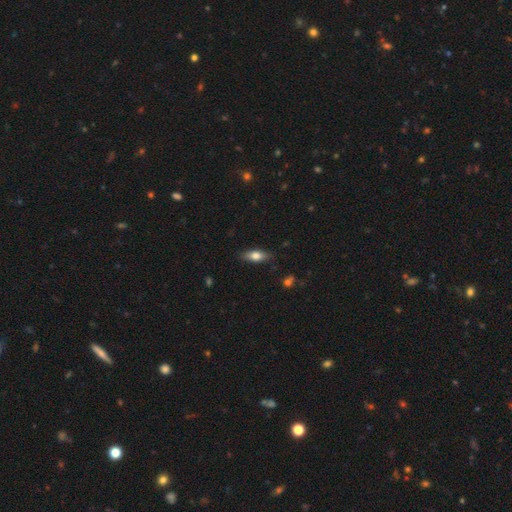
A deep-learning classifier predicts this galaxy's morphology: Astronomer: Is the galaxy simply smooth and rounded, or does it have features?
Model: smooth — 70%.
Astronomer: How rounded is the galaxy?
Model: in between — 68%.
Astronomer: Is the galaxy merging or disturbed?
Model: none — 84%.